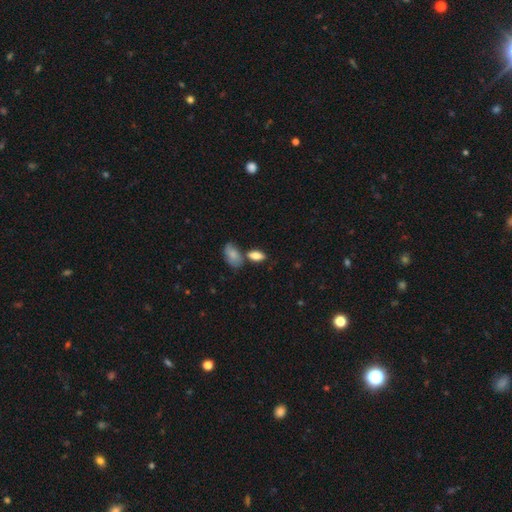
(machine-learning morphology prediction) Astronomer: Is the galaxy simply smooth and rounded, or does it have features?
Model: smooth — 82%.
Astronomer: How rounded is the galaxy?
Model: in between — 88%.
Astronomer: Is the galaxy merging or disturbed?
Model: none — 58%.